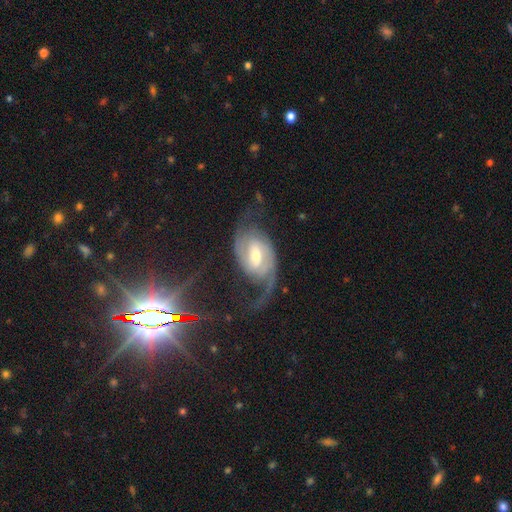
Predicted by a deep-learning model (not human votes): This appears to be a featured or disk galaxy (87%) with a weak bar (48%), 2 (88%) medium (41%, tied with loose) spiral arms (97%) and a moderate central bulge (61%). Merging: none (63%).